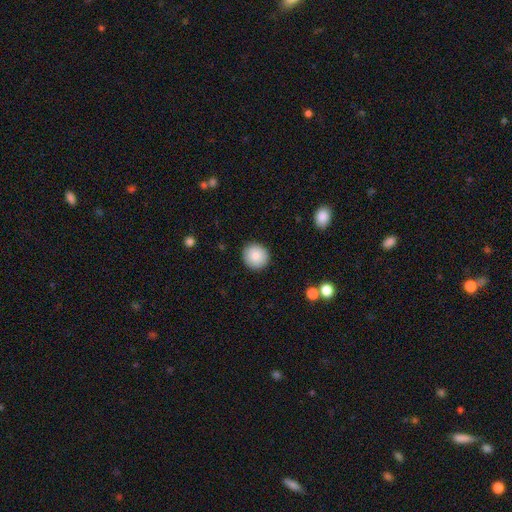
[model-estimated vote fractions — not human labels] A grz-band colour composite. It shows a smooth galaxy with no disk features (87%) that is round (93%). Merging: none (92%).